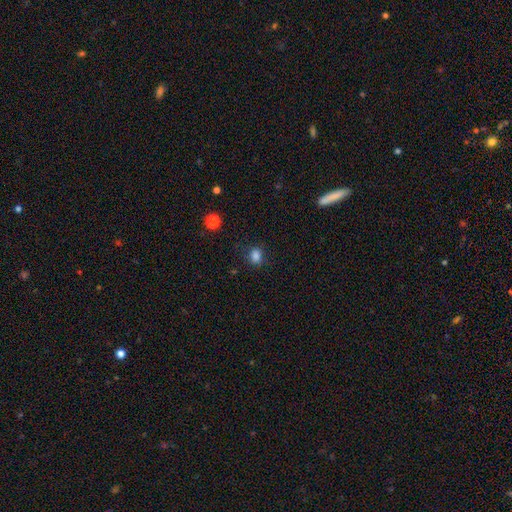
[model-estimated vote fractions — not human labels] smooth 83%, star or artifact 13%, featured or disk 4%. Down the decision tree: how rounded — round (50%); merging — none (78%).